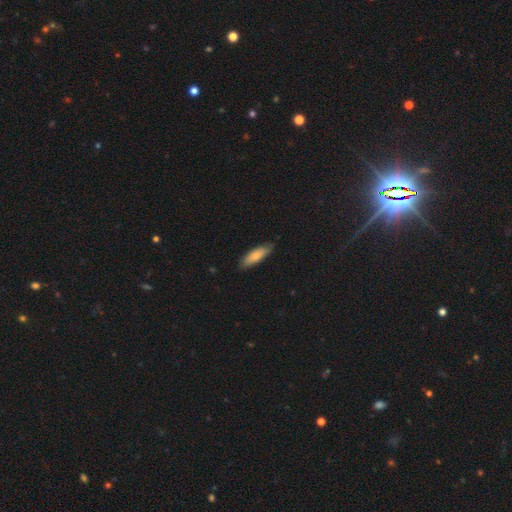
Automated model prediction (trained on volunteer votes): Morphology: type=smooth (79%); roundness=in between (51%); merging=none (83%).